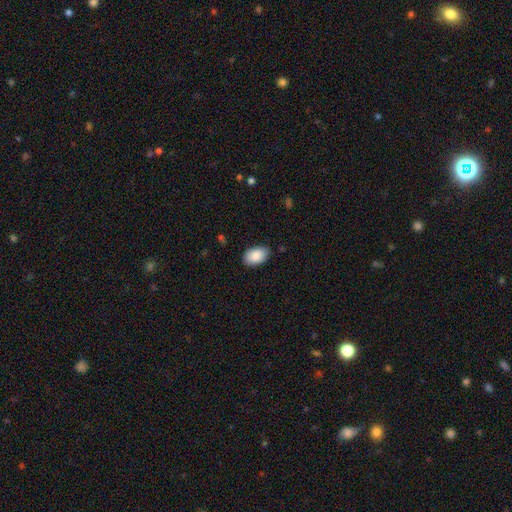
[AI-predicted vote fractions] This is clearly a smooth galaxy (88%). How rounded: clearly in between (92%). Merging: clearly none (83%).